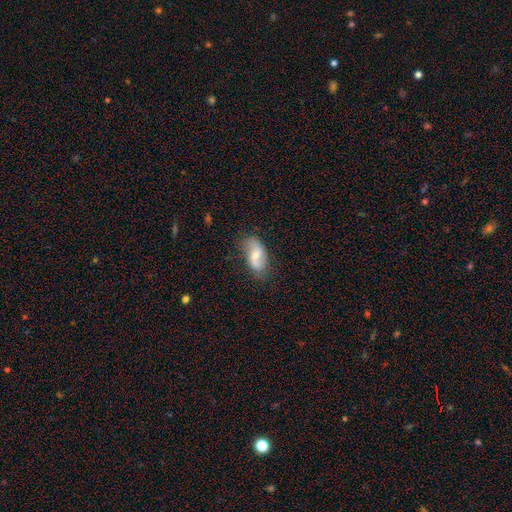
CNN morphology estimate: The model was most divided on "smooth or featured": featured or disk: 53%, smooth: 40%, star or artifact: 7%. More confident: edge-on disk — no (94%); merging — none (70%).